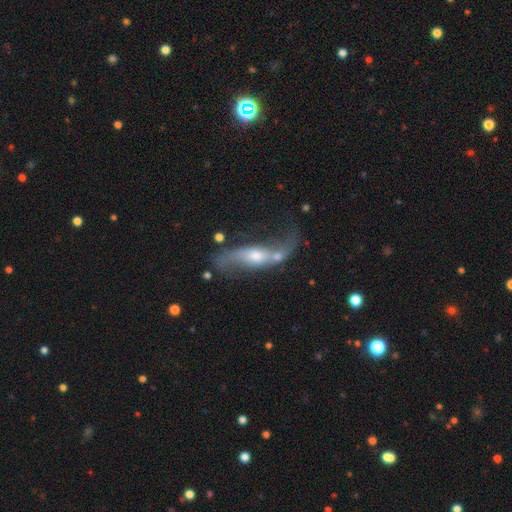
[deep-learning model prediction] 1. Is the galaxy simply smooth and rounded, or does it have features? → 77% featured or disk, 16% smooth, 7% star or artifact.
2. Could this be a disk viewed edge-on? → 80% no, 20% yes.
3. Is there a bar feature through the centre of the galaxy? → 53% no, 31% weak, 16% strong.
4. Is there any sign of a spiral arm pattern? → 85% yes, 15% no.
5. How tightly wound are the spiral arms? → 86% loose, 10% medium, 4% tight.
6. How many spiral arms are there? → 88% 2, 5% can't tell, 4% 1, 1% 3, 1% 4, 1% more than 4.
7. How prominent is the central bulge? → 53% moderate, 35% small, 7% large, 3% none, 2% dominant.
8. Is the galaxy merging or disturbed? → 43% none, 20% merger, 18% major disturbance, 18% minor disturbance.